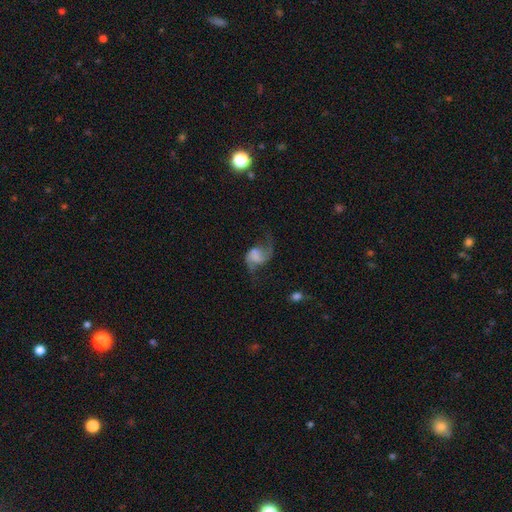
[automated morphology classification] This is likely a featured or disk galaxy (74%). It is clearly not viewed edge-on (98%). Bar: possibly no (46%). Spiral arm pattern: clearly yes (91%). Spiral arm count: clearly 2 (88%). Spiral winding: likely loose (75%). Central bulge: possibly none (55%). Merging: possibly none (52%).